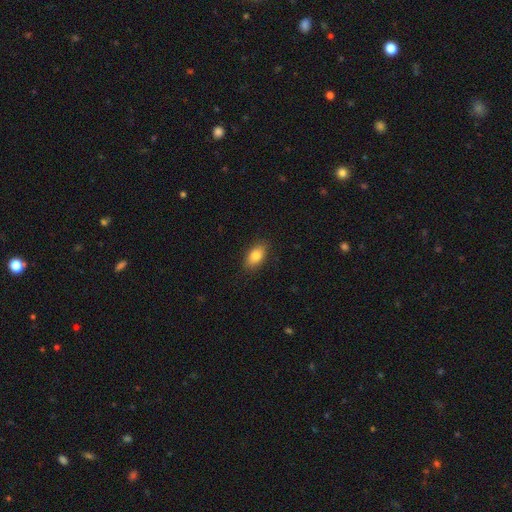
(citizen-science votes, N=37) This is clearly a smooth galaxy (86%). How rounded: clearly in between (94%). Merging: clearly none (86%).